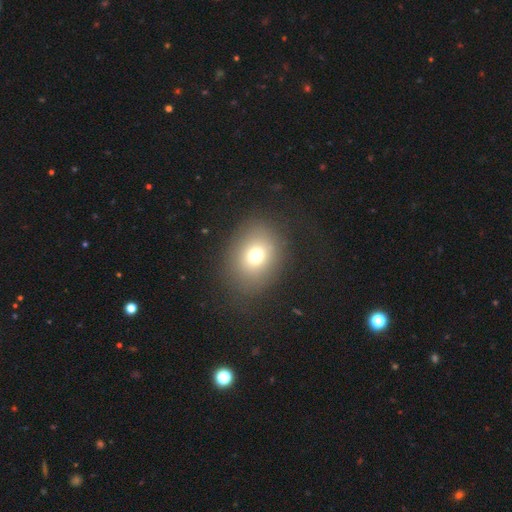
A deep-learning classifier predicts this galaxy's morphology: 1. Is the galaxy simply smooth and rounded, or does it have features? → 72% smooth, 16% star or artifact, 13% featured or disk.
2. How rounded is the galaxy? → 54% round, 45% in between, 1% cigar-shaped.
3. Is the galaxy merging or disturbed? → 82% none, 10% minor disturbance, 7% major disturbance, 1% merger.